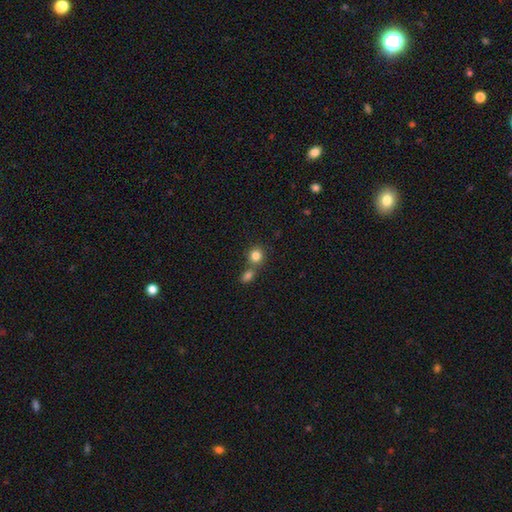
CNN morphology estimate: smooth_or_featured: smooth (p=0.83) [alt: star or artifact p=0.11]
how_rounded: round (p=0.84) [alt: in between p=0.15]
merging: none (p=0.54) [alt: merger p=0.35]